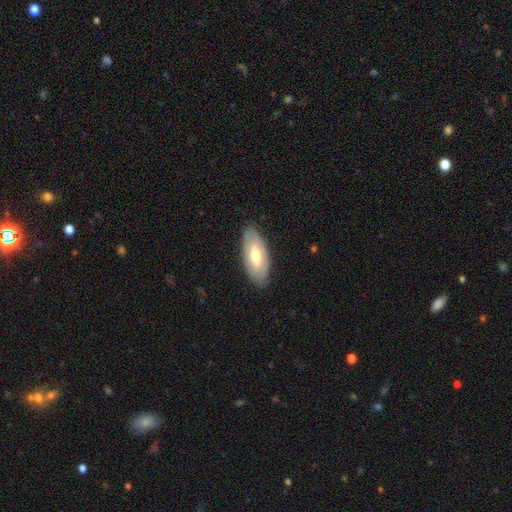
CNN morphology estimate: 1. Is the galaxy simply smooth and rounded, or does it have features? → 48% smooth, 47% featured or disk, 5% star or artifact.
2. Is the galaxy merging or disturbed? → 84% none, 12% minor disturbance, 3% major disturbance, 1% merger.